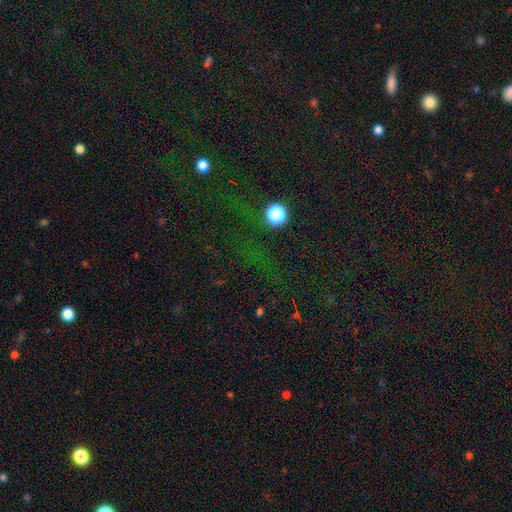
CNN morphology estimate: Smooth or featured? Predicted: star or artifact (p=0.71).